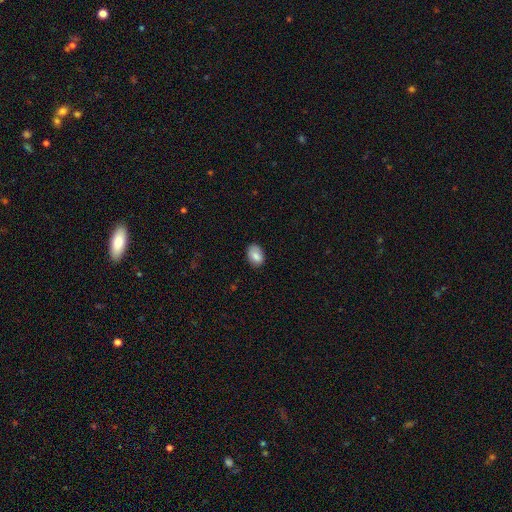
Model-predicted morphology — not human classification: This appears to be a smooth galaxy with no disk features (85%) that is in between round and cigar-shaped (84%). Merging: none (82%).